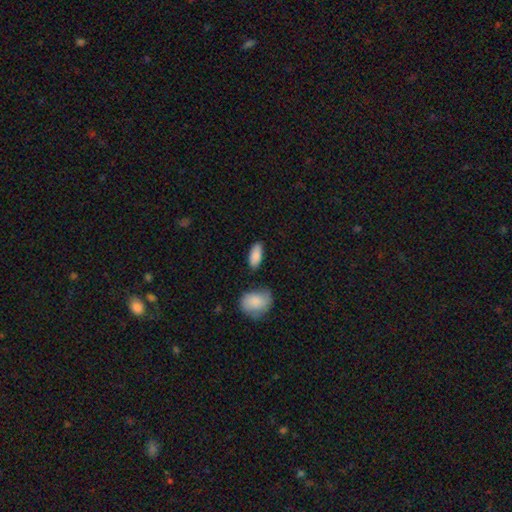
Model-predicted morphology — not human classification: Smooth or featured? Predicted: smooth (p=0.88). How rounded? Predicted: in between (p=0.87). Merging? Predicted: none (p=0.77).